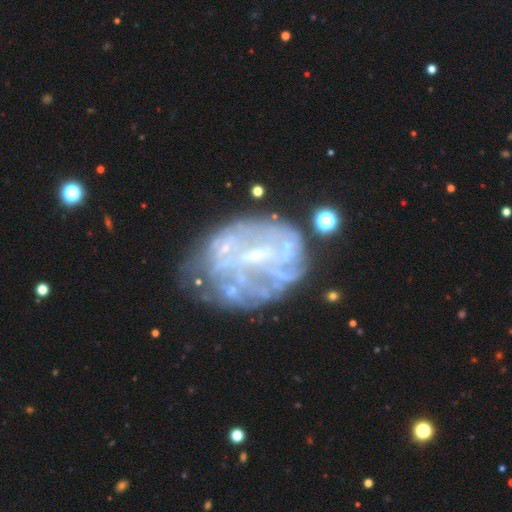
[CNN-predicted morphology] Smooth or featured: featured or disk — 76% (smooth — 13%)
Edge-on disk: no — 98% (yes — 2%)
Bar: no — 46% (weak — 39%)
Spiral arms: no — 51% (yes — 49%)
Bulge size: small — 60% (none — 25%)
Merging: none — 49% (minor disturbance — 22%)